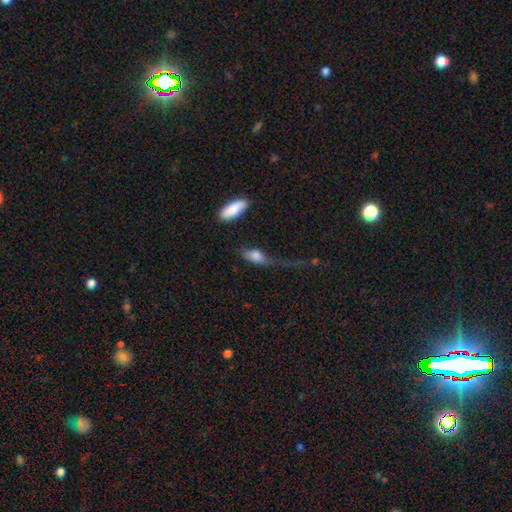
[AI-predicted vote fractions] A smooth galaxy with no disk features (75%) that is in between round and cigar-shaped (73%).

Vote fractions:
- Smooth or featured? smooth: 75% / featured or disk: 17% / star or artifact: 8%
- How rounded? in between: 73% / cigar-shaped: 21% / round: 6%
- Merging? major disturbance: 40% / none: 26% / minor disturbance: 21% / merger: 12%